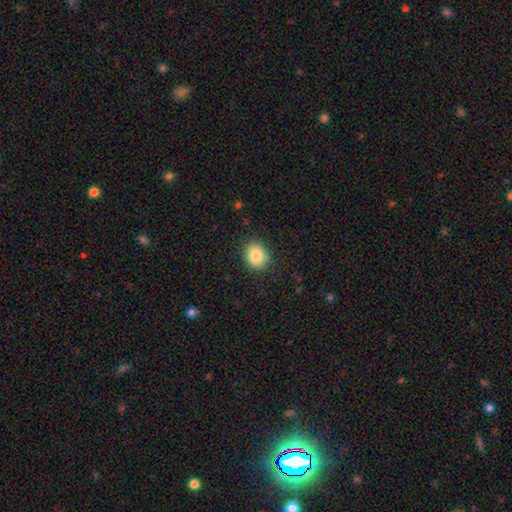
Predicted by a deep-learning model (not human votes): The model was most divided on "how rounded": round: 52%, in between: 48%, cigar-shaped: 1%. More confident: smooth or featured — smooth (86%); merging — none (85%).